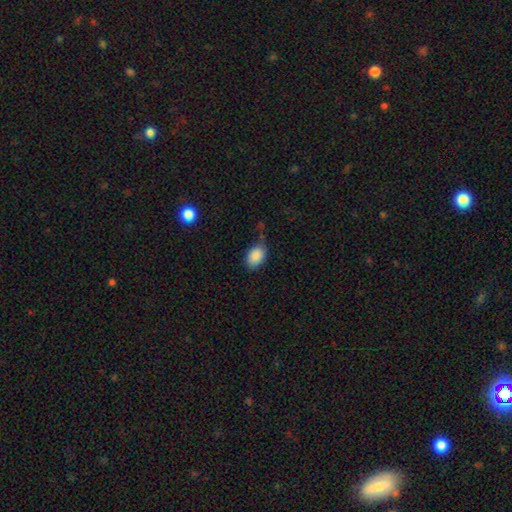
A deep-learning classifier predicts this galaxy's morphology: type=smooth (88%); roundness=in between (84%); merging=none (60%).